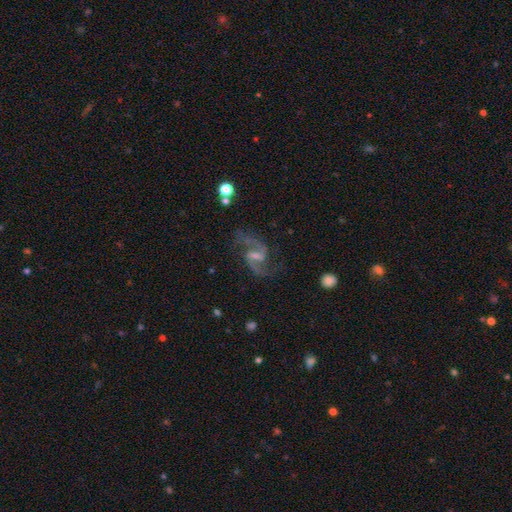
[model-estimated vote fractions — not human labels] Overall: featured or disk (91%). Edge-on disk: no (98%). Bar: weak (56%; strong 29%). Spiral arms: yes (98%). Spiral arm count: 2 (94%). Spiral winding: medium (48%; loose 45%). Bulge size: small (50%; moderate 25%). Merging: none (77%).